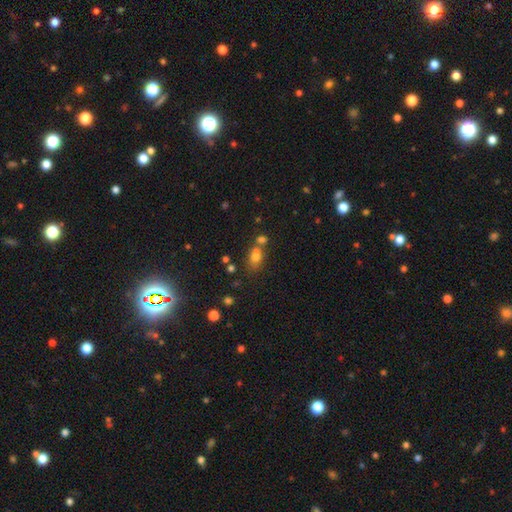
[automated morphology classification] Smooth or featured? smooth (73%)
How rounded? in between (73%)
Merging? none (41%)